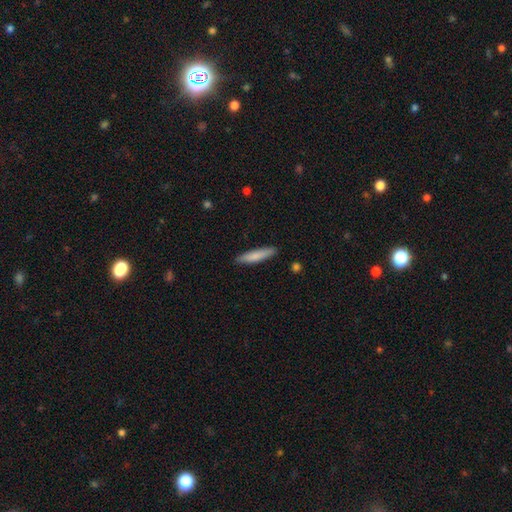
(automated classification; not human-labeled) Overall: smooth (80%). How rounded: cigar-shaped (84%). Merging: none (89%).